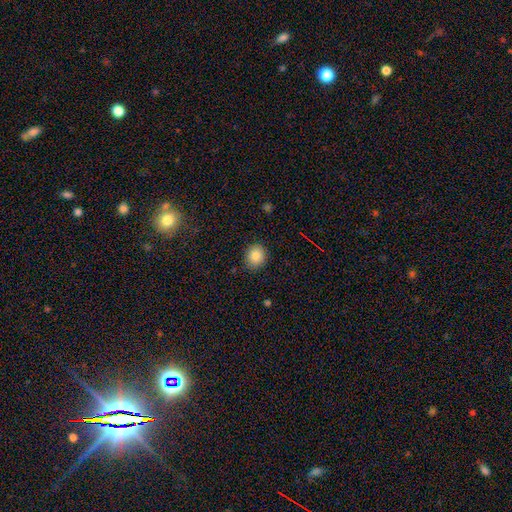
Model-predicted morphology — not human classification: Smooth or featured?
  - smooth: 85% *
  - star or artifact: 10%
  - featured or disk: 6%
How rounded?
  - round: 68% *
  - in between: 31%
  - cigar-shaped: 1%
Merging?
  - none: 86% *
  - minor disturbance: 10%
  - major disturbance: 2%
  - merger: 1%